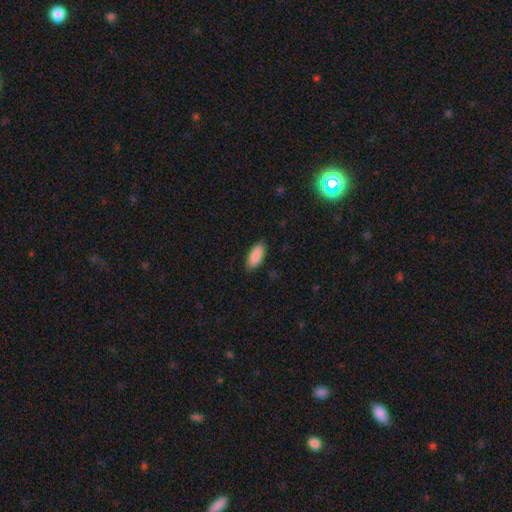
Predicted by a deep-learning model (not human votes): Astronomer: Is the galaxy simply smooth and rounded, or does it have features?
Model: smooth — 90%.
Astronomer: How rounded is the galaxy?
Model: in between — 85%.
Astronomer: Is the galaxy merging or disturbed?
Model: none — 87%.